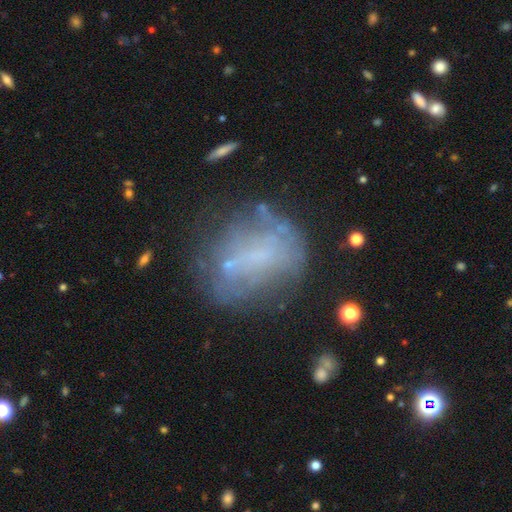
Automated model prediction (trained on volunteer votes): Morphology: type=featured or disk (45%); merging=none (53%).